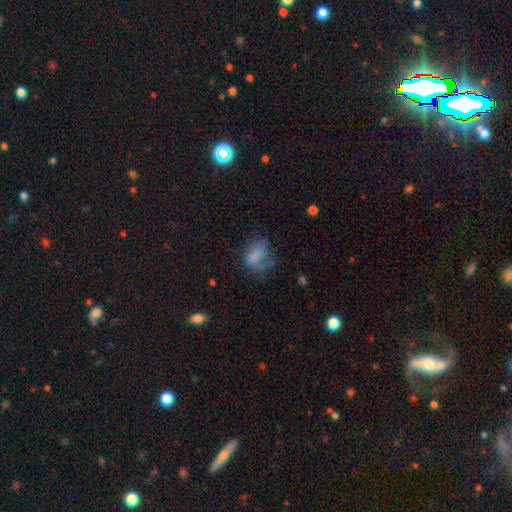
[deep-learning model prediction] Smooth or featured? Predicted: smooth (p=0.64). How rounded? Predicted: in between (p=0.70). Merging? Predicted: major disturbance (p=0.36).